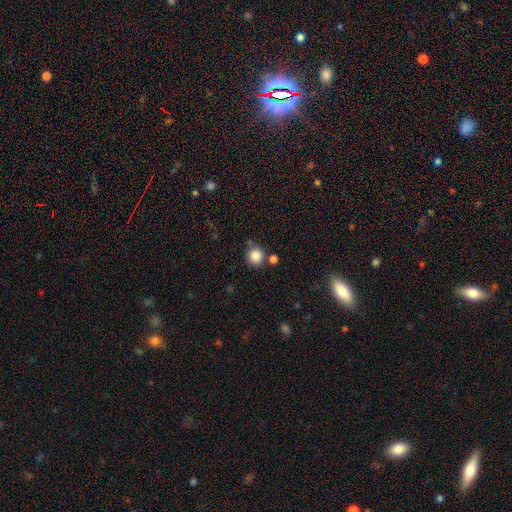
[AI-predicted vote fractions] smooth_or_featured: smooth (p=0.86) [alt: star or artifact p=0.10]
how_rounded: round (p=0.90) [alt: in between p=0.09]
merging: none (p=0.74) [alt: minor disturbance p=0.11]